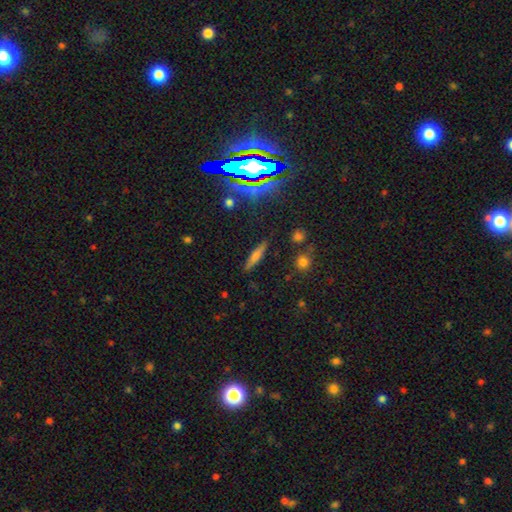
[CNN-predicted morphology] Smooth or featured? smooth (48%)
Merging? none (85%)